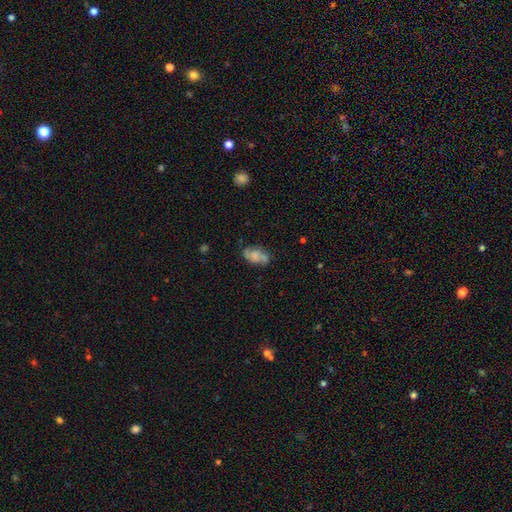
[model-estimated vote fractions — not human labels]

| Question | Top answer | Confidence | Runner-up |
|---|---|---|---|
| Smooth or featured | smooth | 47% | featured or disk (43%) |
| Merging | none | 59% | minor disturbance (24%) |